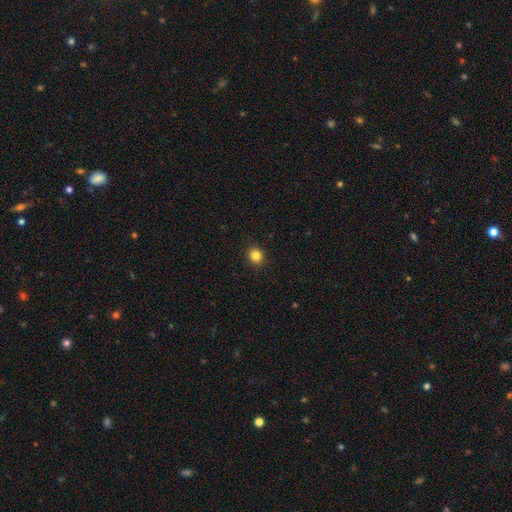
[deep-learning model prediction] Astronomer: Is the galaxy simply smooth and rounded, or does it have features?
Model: smooth — 84%.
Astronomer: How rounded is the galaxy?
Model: round — 78%.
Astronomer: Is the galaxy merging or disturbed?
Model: none — 92%.